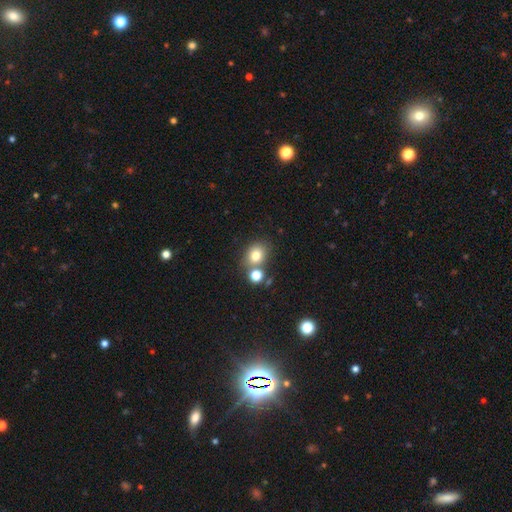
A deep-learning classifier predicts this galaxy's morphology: type=smooth (77%); roundness=round (60%); merging=none (63%).